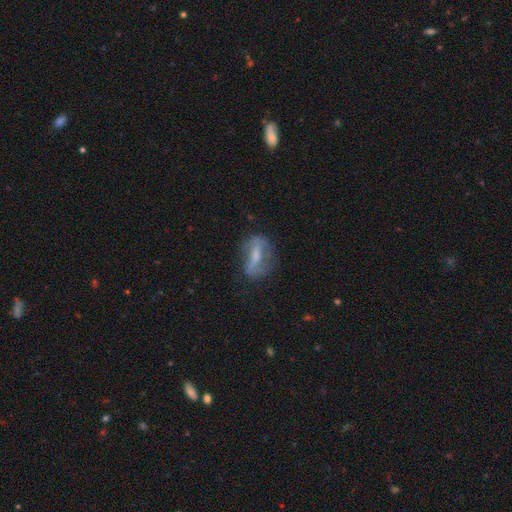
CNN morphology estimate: The model was most divided on "smooth or featured": featured or disk: 59%, smooth: 32%, star or artifact: 9%. More confident: edge-on disk — no (84%); merging — none (61%).